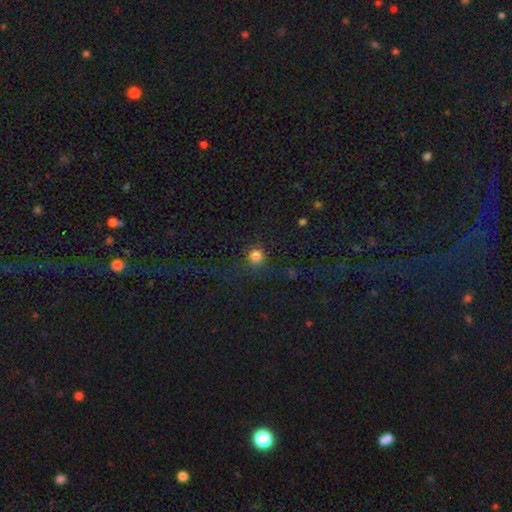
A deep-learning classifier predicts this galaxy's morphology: A smooth galaxy with no disk features (80%) that is round (92%). Merging: none (81%).